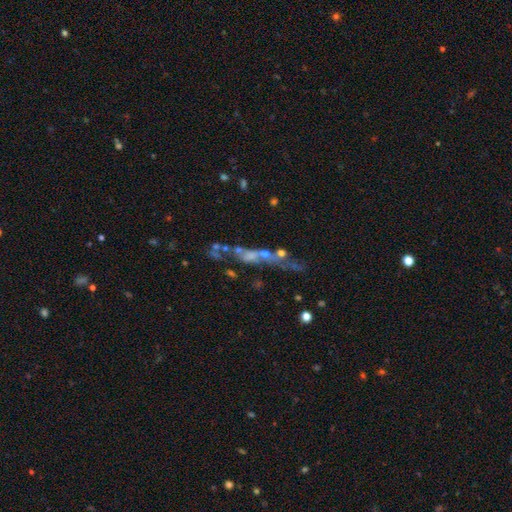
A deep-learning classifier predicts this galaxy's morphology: Smooth or featured? Predicted: featured or disk (p=0.52). Edge-on disk? Predicted: yes (p=0.50, tied with no). Merging? Predicted: none (p=0.54).